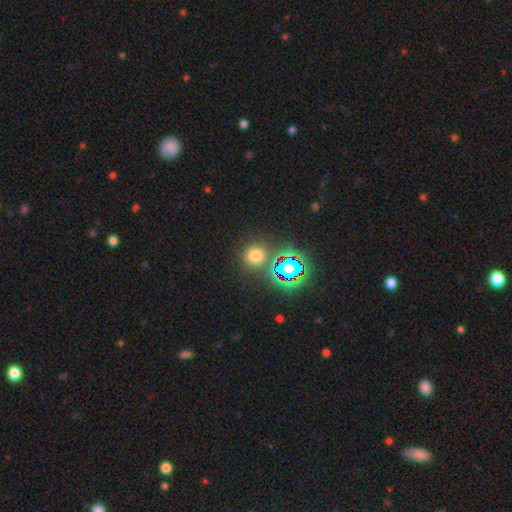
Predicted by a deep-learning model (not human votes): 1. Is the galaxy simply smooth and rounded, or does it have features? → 64% smooth, 29% star or artifact, 7% featured or disk.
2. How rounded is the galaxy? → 89% round, 10% in between, 1% cigar-shaped.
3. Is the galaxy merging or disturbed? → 82% none, 8% minor disturbance, 6% merger, 3% major disturbance.